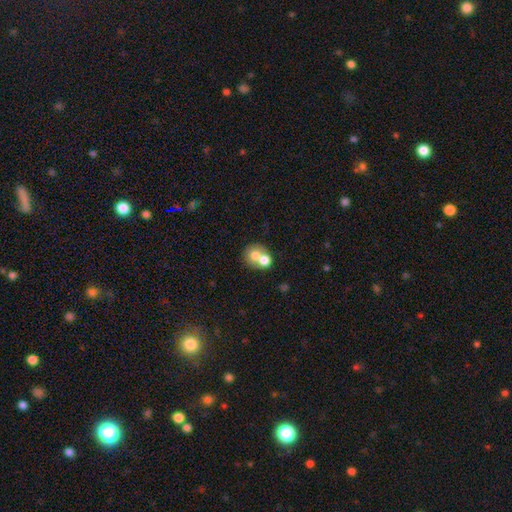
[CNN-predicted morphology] Smooth or featured? Predicted: smooth (p=0.68). How rounded? Predicted: round (p=0.76). Merging? Predicted: merger (p=0.57).